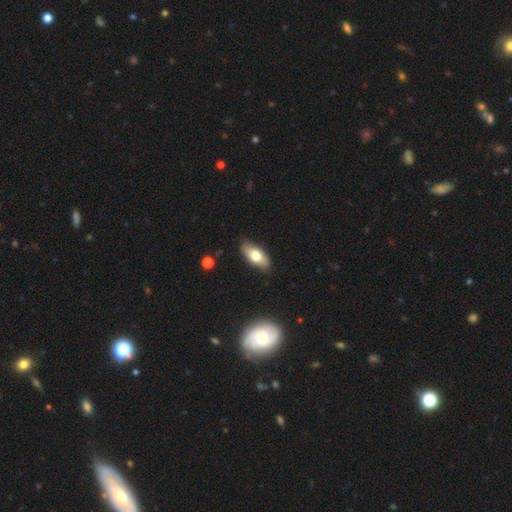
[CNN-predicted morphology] Smooth or featured? smooth (71%)
How rounded? in between (85%)
Merging? none (84%)